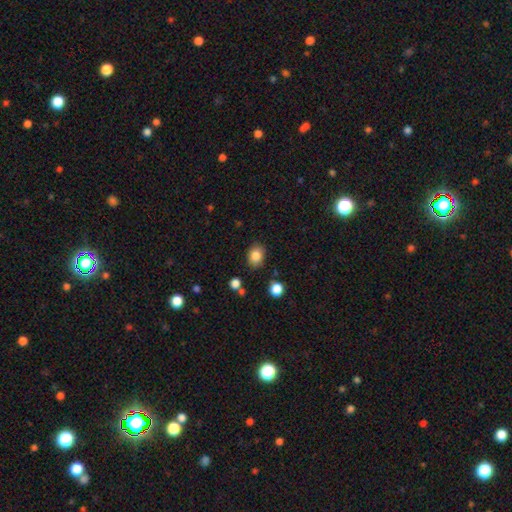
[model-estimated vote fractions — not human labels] Overall: smooth (84%). How rounded: in between (54%; round 45%). Merging: none (84%).